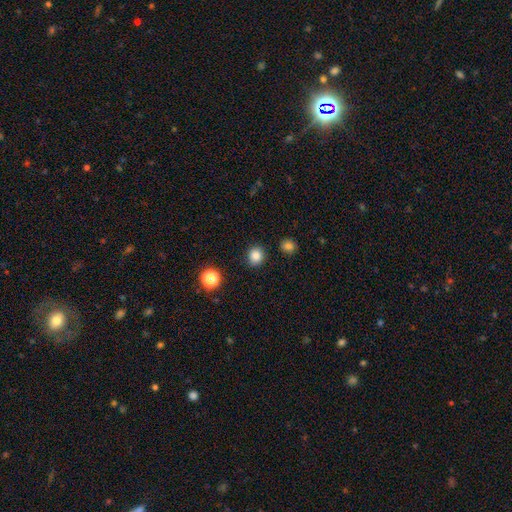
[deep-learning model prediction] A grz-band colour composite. It shows a smooth galaxy with no disk features (84%) that is round (81%). Merging: none (89%).